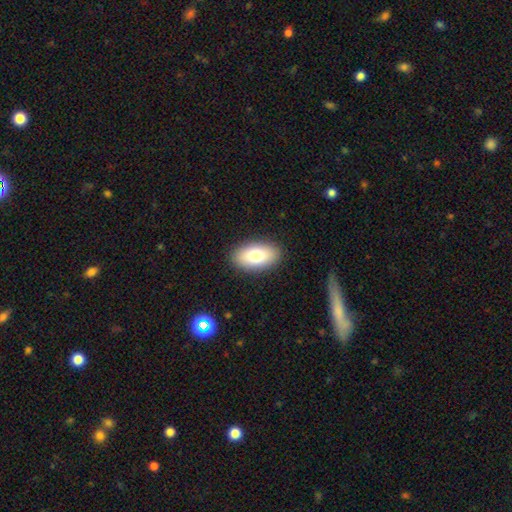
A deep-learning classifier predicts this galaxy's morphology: Smooth or featured? smooth (79%)
How rounded? in between (93%)
Merging? none (89%)